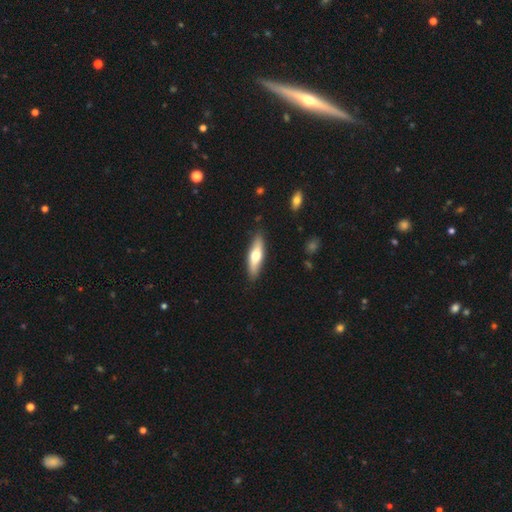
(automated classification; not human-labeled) Smooth or featured: smooth — 53% (featured or disk — 42%)
How rounded: cigar-shaped — 62% (in between — 36%)
Merging: none — 87% (minor disturbance — 10%)